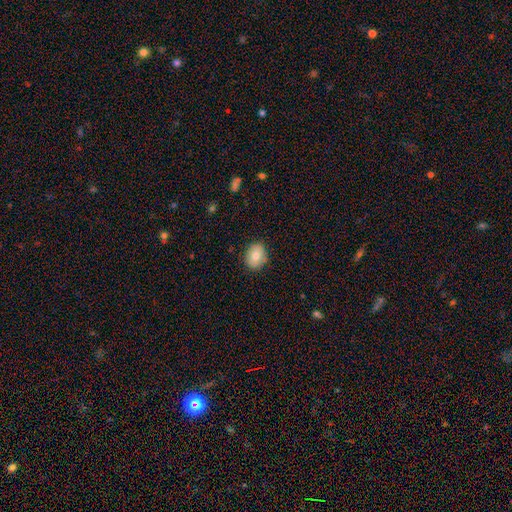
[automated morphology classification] type=smooth (78%); roundness=in between (50%); merging=none (85%).